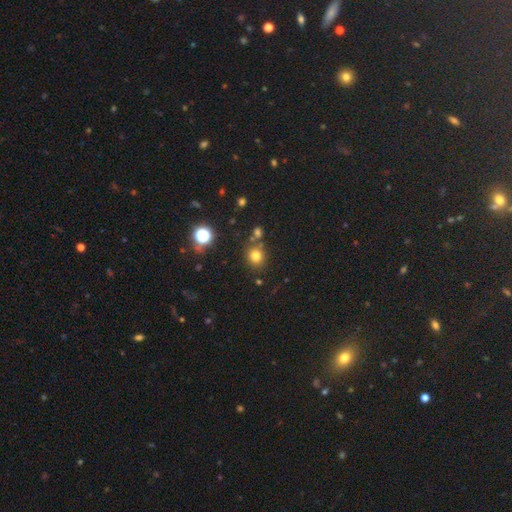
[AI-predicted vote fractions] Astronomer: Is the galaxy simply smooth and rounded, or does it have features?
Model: smooth — 75%.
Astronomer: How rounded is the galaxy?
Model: round — 80%.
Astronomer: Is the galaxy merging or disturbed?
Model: none — 75%.